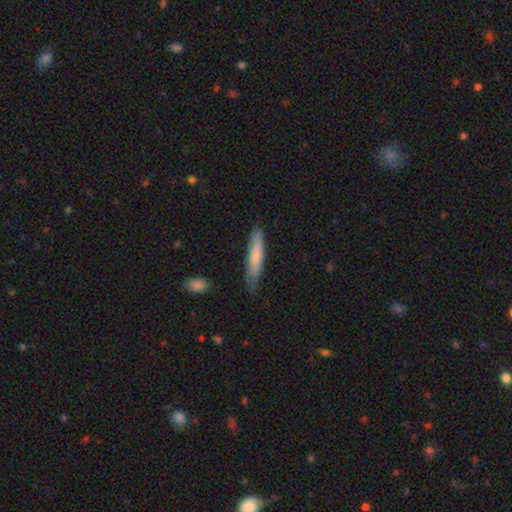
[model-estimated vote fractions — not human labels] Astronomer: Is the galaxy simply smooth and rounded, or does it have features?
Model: smooth — 71%.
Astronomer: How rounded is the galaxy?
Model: cigar-shaped — 87%.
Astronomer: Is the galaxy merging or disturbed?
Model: none — 74%.